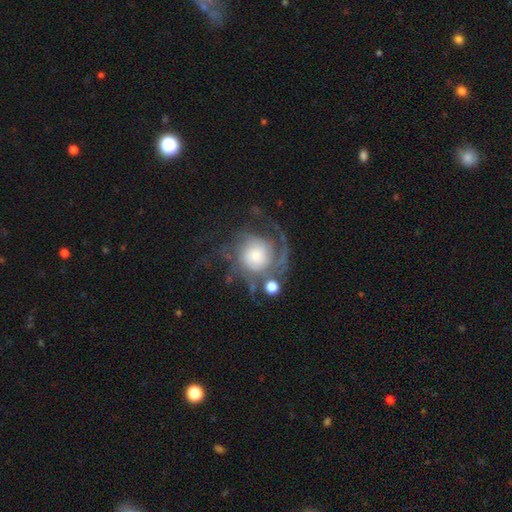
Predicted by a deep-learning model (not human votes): Overall: featured or disk (81%). Edge-on disk: no (98%). Bar: no (77%). Spiral arms: yes (94%). Spiral arm count: 2 (33%; can't tell 24%). Spiral winding: tight (39%; medium 37%). Bulge size: small (32%; moderate 31%). Merging: none (53%; major disturbance 26%).